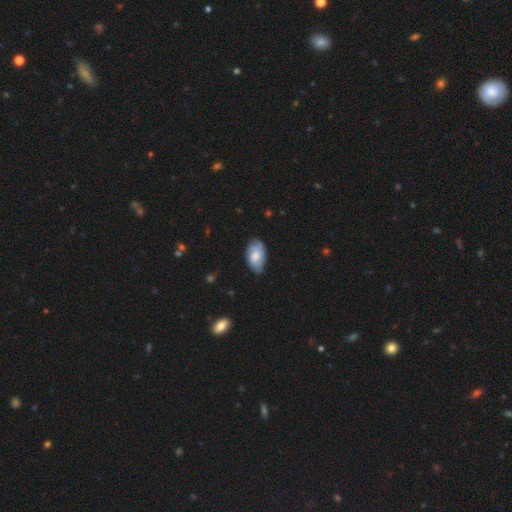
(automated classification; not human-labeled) Morphology: type=smooth (52%); roundness=in between (93%); merging=none (69%).